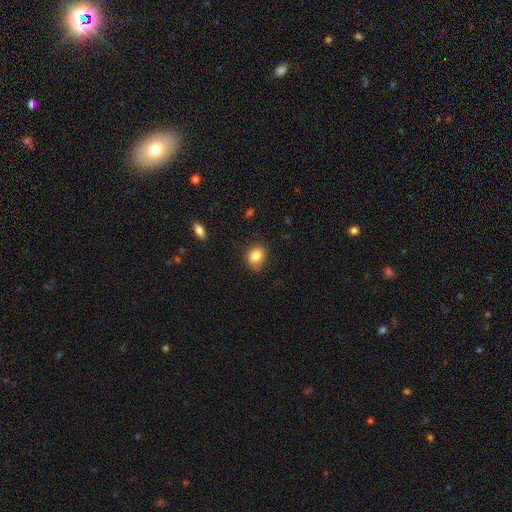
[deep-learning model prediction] This appears to be a smooth galaxy with no disk features (83%) that is round (57%). Merging: none (77%).